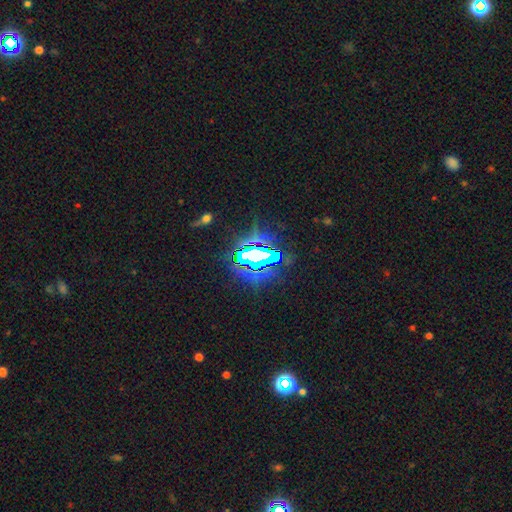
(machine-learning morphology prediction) smooth_or_featured: star or artifact (p=0.74) [alt: featured or disk p=0.13]